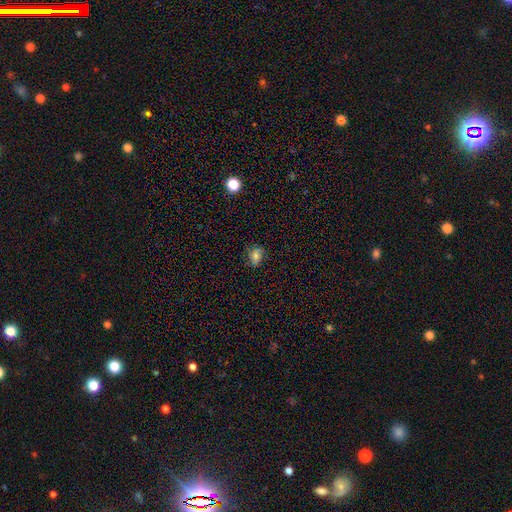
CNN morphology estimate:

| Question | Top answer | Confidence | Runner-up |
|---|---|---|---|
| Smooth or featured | smooth | 66% | featured or disk (20%) |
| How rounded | in between | 66% | round (32%) |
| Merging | none | 71% | minor disturbance (22%) |